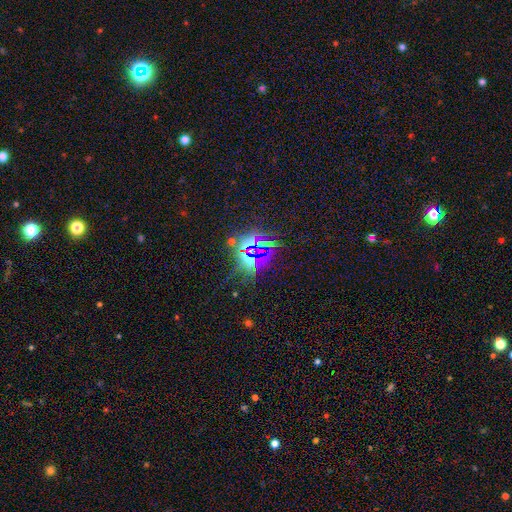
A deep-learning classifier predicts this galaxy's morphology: A star or artifact, not a galaxy (82%).

Vote fractions:
- Smooth or featured? star or artifact: 82% / smooth: 10% / featured or disk: 8%